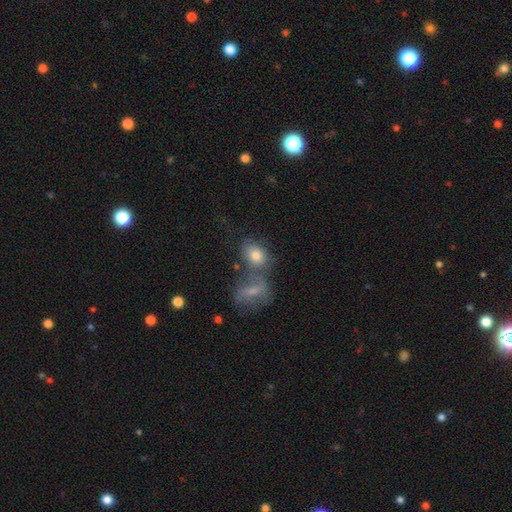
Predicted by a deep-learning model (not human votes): Morphology: type=smooth (71%); roundness=in between (71%); merging=merger (43%).